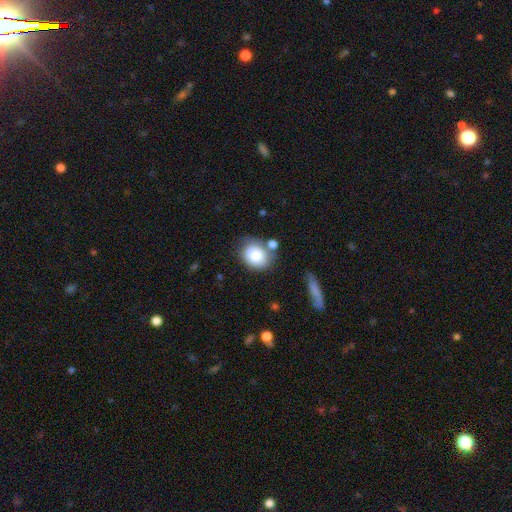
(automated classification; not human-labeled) smooth_or_featured: smooth (p=0.77) [alt: featured or disk p=0.15]
how_rounded: round (p=0.59) [alt: in between p=0.40]
merging: none (p=0.62) [alt: minor disturbance p=0.17]